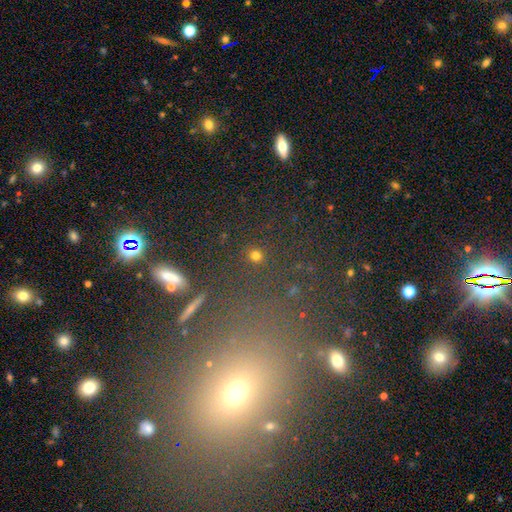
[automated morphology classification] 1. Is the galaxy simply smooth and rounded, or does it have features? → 71% smooth, 23% star or artifact, 6% featured or disk.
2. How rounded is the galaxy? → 93% round, 6% in between, 1% cigar-shaped.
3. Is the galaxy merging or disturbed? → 88% none, 6% minor disturbance, 3% merger, 3% major disturbance.